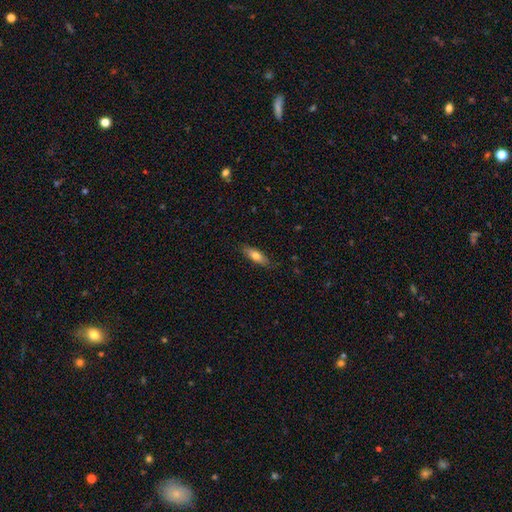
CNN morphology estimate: The model was most divided on "how rounded": in between: 55%, cigar-shaped: 42%, round: 2%. More confident: merging — none (85%); smooth or featured — smooth (69%).